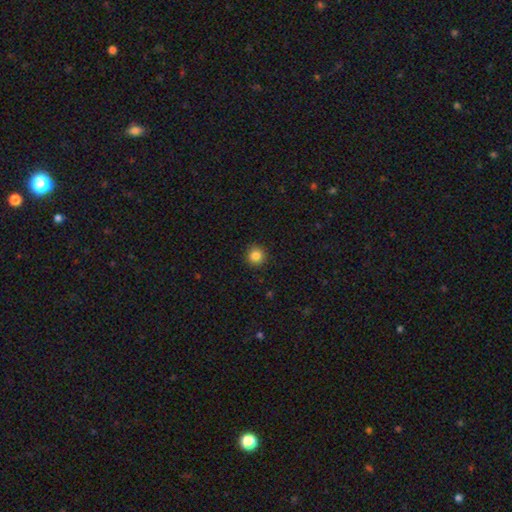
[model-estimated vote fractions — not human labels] Morphology: type=smooth (84%); roundness=round (95%); merging=none (92%).